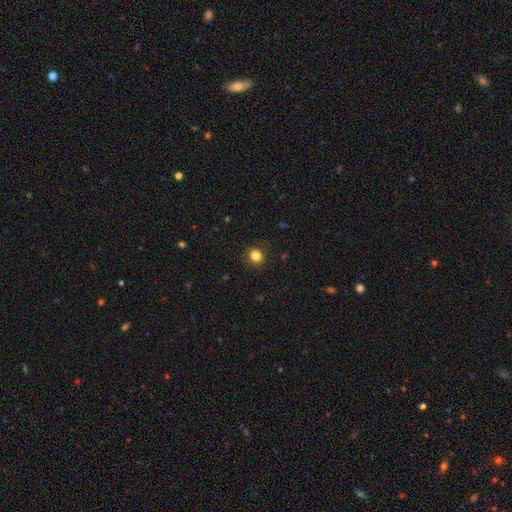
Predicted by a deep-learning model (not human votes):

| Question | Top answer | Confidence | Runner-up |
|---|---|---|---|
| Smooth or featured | smooth | 83% | star or artifact (12%) |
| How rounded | round | 75% | in between (24%) |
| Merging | none | 87% | minor disturbance (9%) |